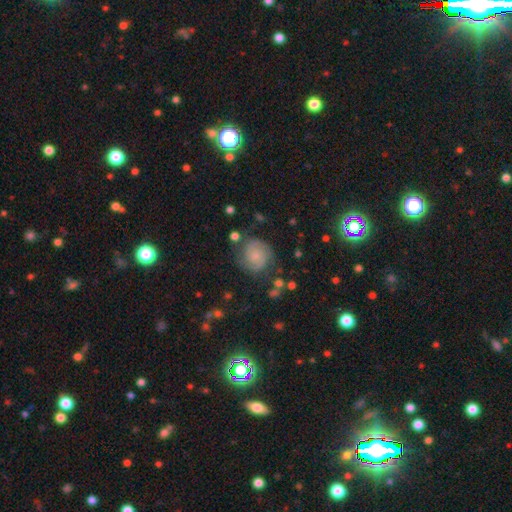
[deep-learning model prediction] The model was most divided on "spiral winding": tight: 61%, medium: 32%, loose: 7%. More confident: edge-on disk — no (98%); spiral arms — yes (97%); spiral arm count — 2 (83%); smooth or featured — featured or disk (80%); merging — none (77%); bar — no (72%); bulge size — small (68%).